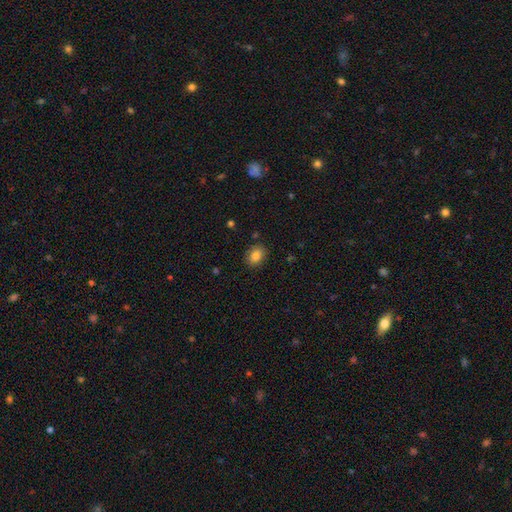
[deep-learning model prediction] This is clearly a smooth galaxy (83%). How rounded: possibly in between (57%). Merging: clearly none (86%).